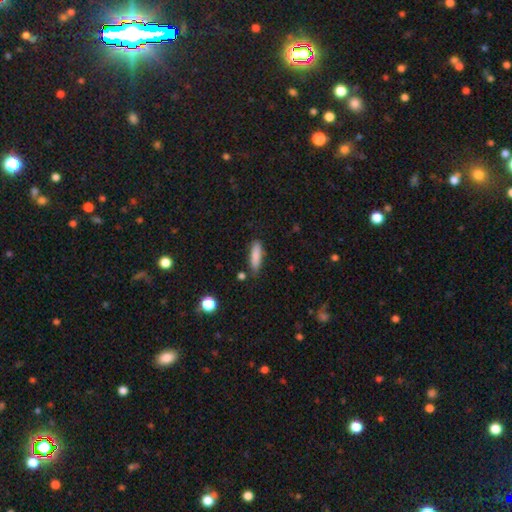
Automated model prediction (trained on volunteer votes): smooth-or-featured: smooth: 85% | featured or disk: 8% | star or artifact: 7%
  how-rounded: cigar-shaped: 63% | in between: 35% | round: 2%
  merging: none: 76% | minor disturbance: 17% | major disturbance: 3% | merger: 3%